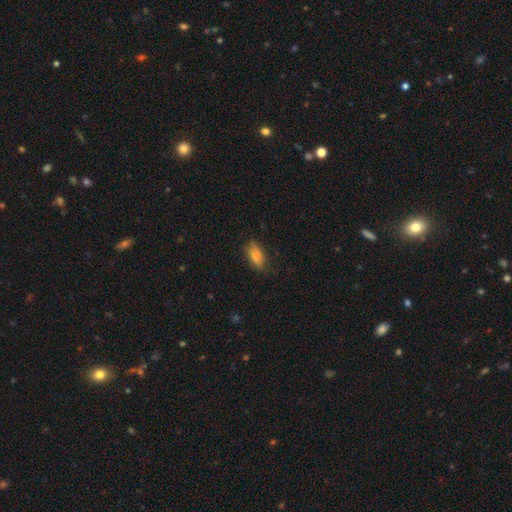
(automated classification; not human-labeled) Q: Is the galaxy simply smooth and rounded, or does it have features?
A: smooth — 80%.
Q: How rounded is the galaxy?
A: in between — 86%.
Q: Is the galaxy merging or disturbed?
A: none — 64%.